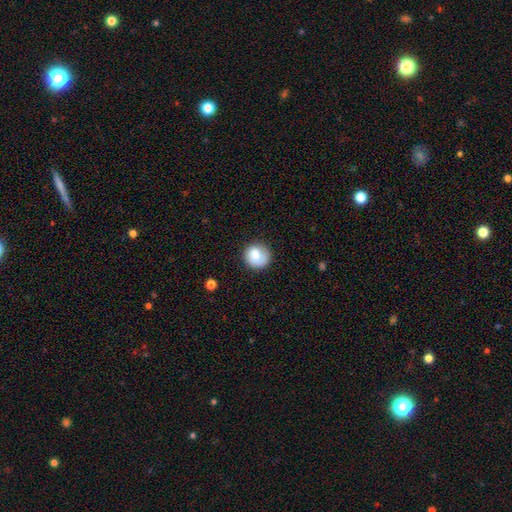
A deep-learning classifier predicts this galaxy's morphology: Smooth or featured? Predicted: smooth (p=0.79). How rounded? Predicted: round (p=0.88). Merging? Predicted: none (p=0.75).